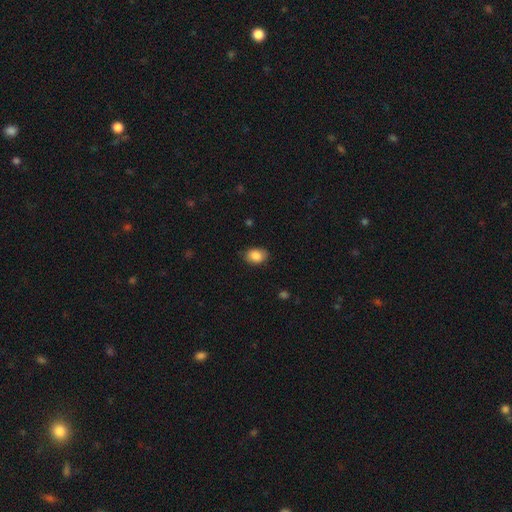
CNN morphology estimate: Q: Smooth or featured?
A: smooth (87%); runner-up: star or artifact (8%)
Q: How rounded?
A: in between (77%); runner-up: round (22%)
Q: Merging?
A: none (81%); runner-up: minor disturbance (15%)